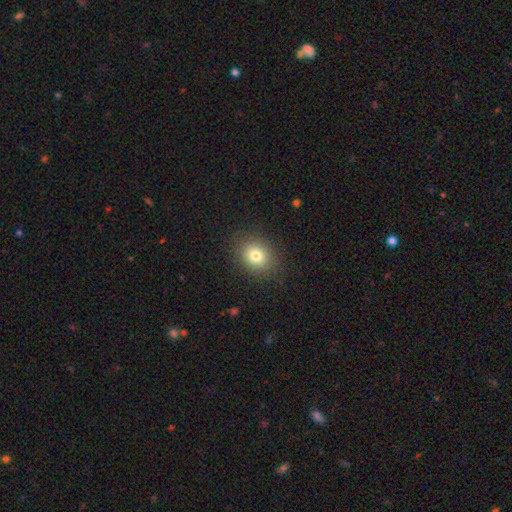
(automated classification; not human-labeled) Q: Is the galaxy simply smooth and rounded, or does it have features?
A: smooth — 79%.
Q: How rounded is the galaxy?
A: round — 60%.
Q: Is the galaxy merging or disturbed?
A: none — 87%.